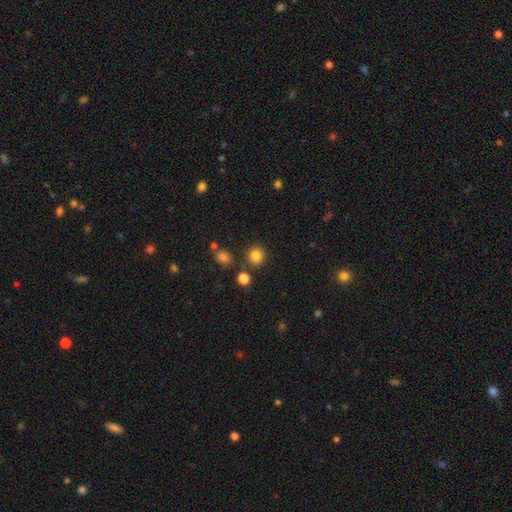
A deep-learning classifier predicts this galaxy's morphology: Smooth or featured?
  - smooth: 82% *
  - star or artifact: 13%
  - featured or disk: 5%
How rounded?
  - round: 86% *
  - in between: 13%
  - cigar-shaped: 1%
Merging?
  - none: 83% *
  - minor disturbance: 8%
  - merger: 6%
  - major disturbance: 3%